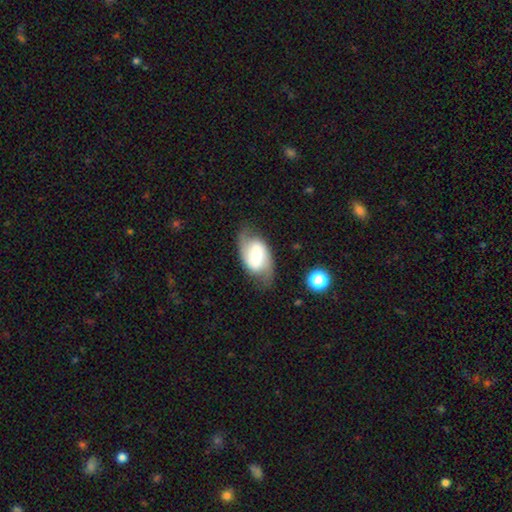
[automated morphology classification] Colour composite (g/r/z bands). It shows a featured or disk galaxy (68%) with a weak bar (40%), 2 (89%) medium (44%) spiral arms (89%) and a small central bulge (42%). Merging: none (70%).